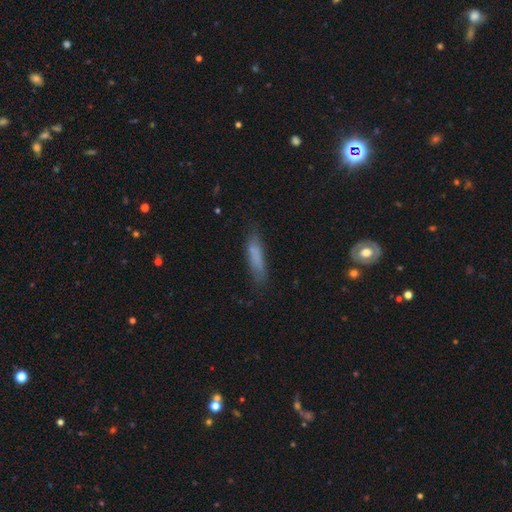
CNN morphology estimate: smooth 72%, featured or disk 18%, star or artifact 9%. Down the decision tree: how rounded — cigar-shaped (77%); merging — none (69%).